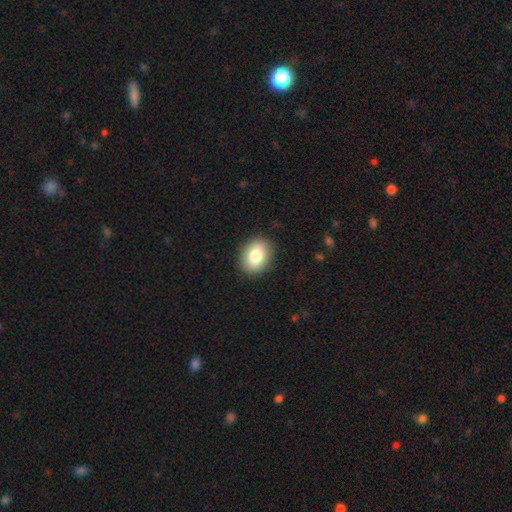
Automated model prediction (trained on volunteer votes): Q: Smooth or featured?
A: smooth (82%); runner-up: featured or disk (10%)
Q: How rounded?
A: in between (63%); runner-up: round (36%)
Q: Merging?
A: none (90%); runner-up: minor disturbance (7%)